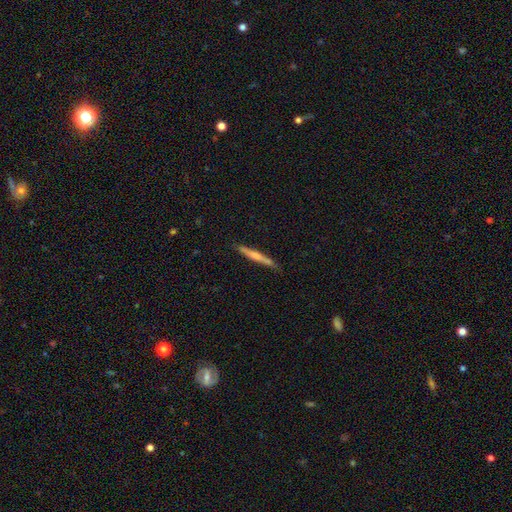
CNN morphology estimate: Overall: smooth (54%; featured or disk 40%). How rounded: cigar-shaped (96%). Merging: none (84%).